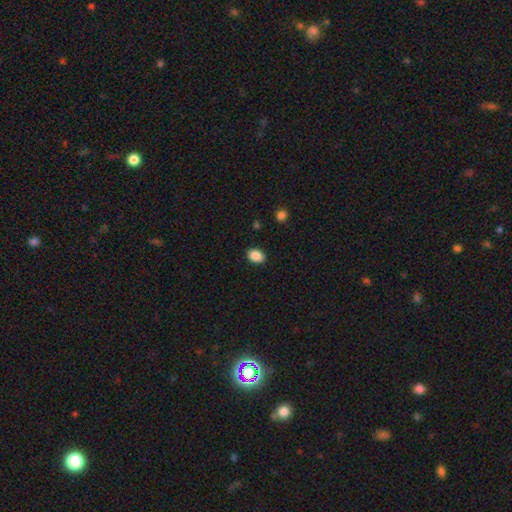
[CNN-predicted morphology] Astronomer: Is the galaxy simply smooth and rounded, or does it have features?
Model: smooth — 89%.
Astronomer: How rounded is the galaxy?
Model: in between — 77%.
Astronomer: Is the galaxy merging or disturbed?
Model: none — 89%.